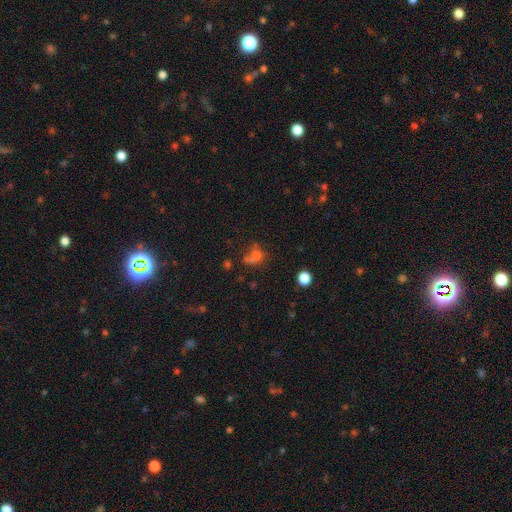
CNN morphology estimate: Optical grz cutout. It shows a smooth galaxy with no disk features (57%) that is round (57%). Merging: none (37%).